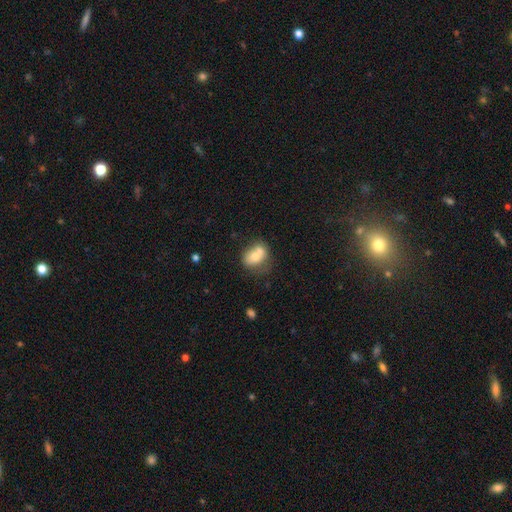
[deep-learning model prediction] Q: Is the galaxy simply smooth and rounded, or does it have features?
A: smooth — 66%.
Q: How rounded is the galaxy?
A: in between — 57%.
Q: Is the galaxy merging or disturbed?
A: merger — 45%.